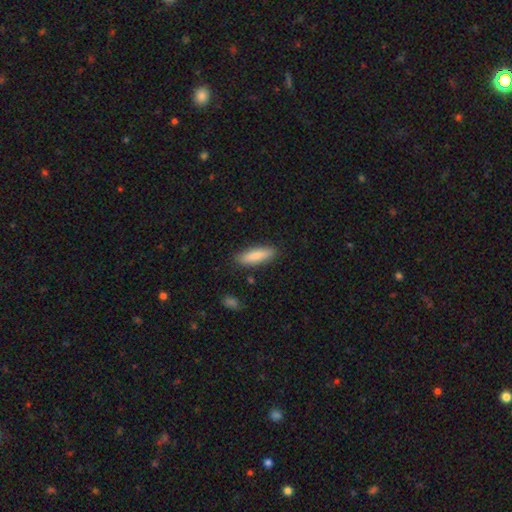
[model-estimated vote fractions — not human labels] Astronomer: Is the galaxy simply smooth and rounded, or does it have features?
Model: smooth — 84%.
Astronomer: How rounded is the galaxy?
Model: cigar-shaped — 54% (runner-up: in between, 44%).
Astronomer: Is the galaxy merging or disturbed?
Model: none — 86%.